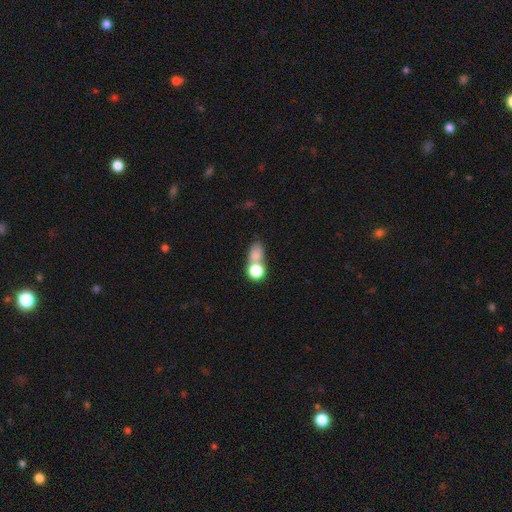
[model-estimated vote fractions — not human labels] A smooth galaxy with no disk features (75%) that is in between round and cigar-shaped (51%). Merging: merger (50%).